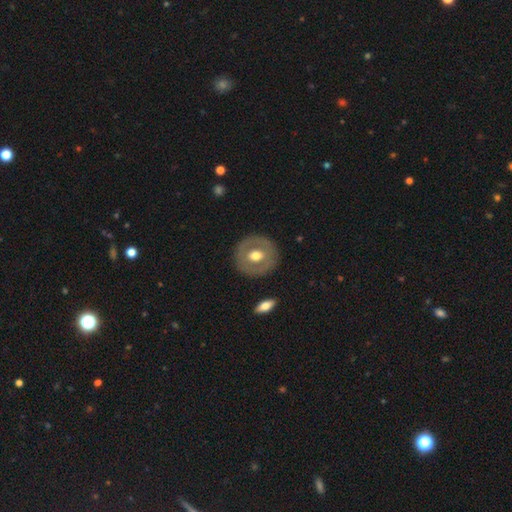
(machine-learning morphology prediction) Overall: featured or disk (51%; smooth 43%). Edge-on disk: no (94%). Merging: none (86%).